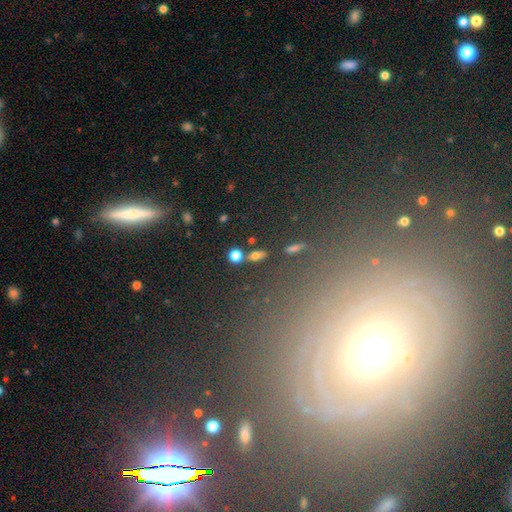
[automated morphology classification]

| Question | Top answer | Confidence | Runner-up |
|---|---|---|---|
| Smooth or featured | smooth | 73% | star or artifact (15%) |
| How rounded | in between | 52% | round (34%) |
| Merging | none | 74% | merger (12%) |